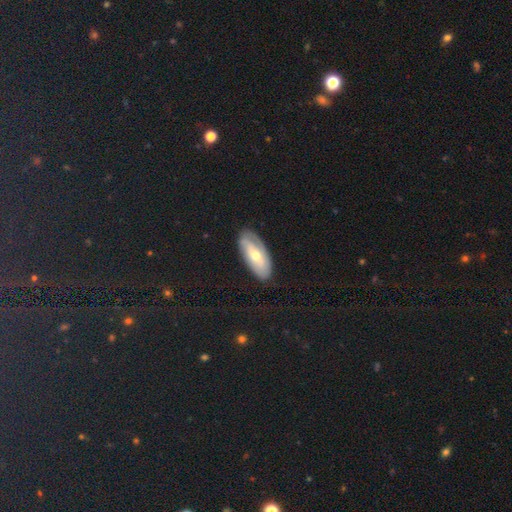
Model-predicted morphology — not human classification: smooth-or-featured: featured or disk: 51% | smooth: 43% | star or artifact: 6%
  disk-edge-on: no: 82% | yes: 18%
  merging: none: 78% | minor disturbance: 16% | major disturbance: 4% | merger: 1%